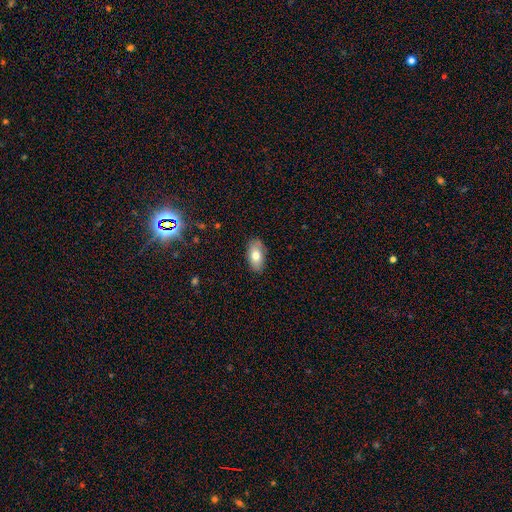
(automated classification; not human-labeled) smooth 74%, featured or disk 19%, star or artifact 7%. Down the decision tree: how rounded — in between (92%); merging — none (84%).